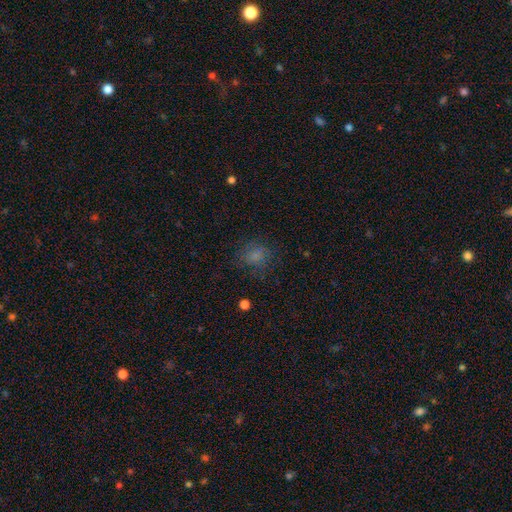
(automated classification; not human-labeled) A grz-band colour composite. It shows a smooth galaxy with no disk features (73%) that is round (67%). Merging: none (74%).